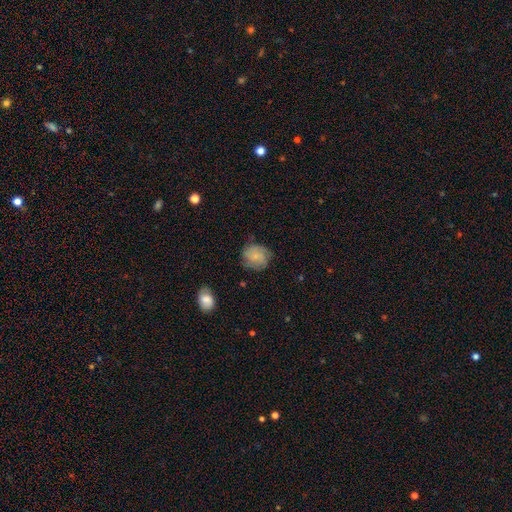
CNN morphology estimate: Smooth or featured: smooth — 48% (featured or disk — 44%)
Merging: none — 70% (minor disturbance — 22%)